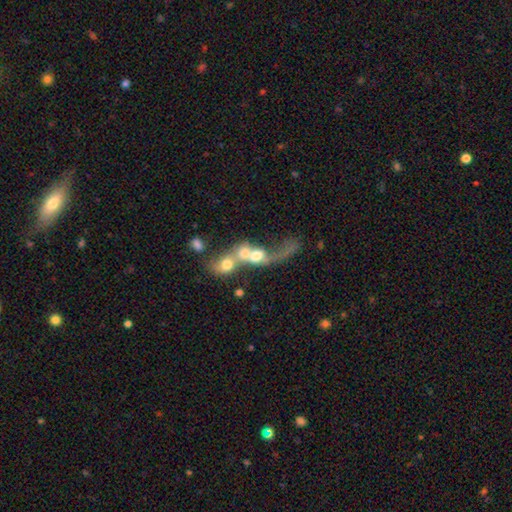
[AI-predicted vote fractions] Smooth or featured? smooth (47%)
Merging? merger (79%)